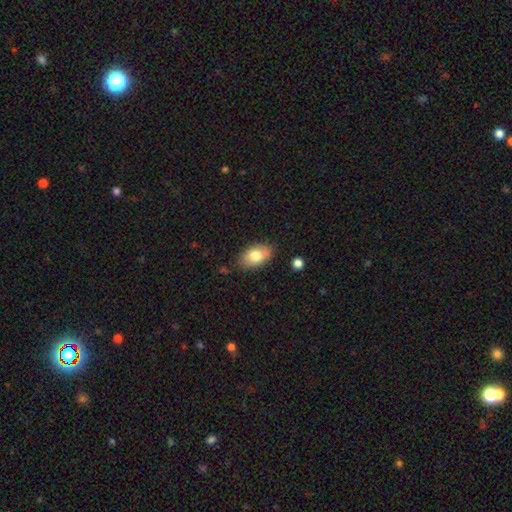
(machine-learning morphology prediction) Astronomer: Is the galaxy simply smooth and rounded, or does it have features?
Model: smooth — 78%.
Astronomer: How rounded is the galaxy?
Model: in between — 90%.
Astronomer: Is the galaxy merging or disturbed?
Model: none — 76%.